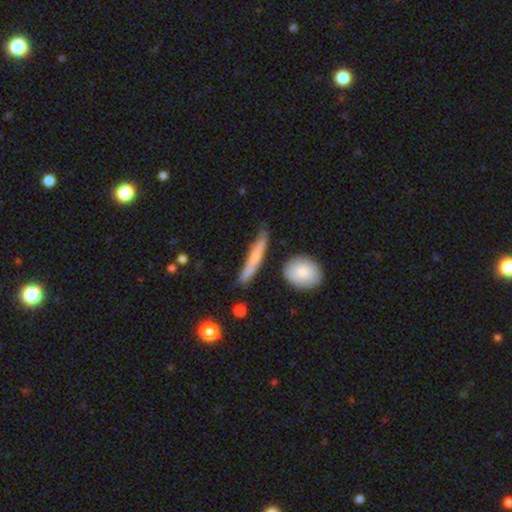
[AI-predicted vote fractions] A smooth galaxy with no disk features (60%) that is cigar-shaped (87%).

Vote fractions:
- Smooth or featured? smooth: 60% / featured or disk: 35% / star or artifact: 6%
- How rounded? cigar-shaped: 87% / in between: 10% / round: 3%
- Merging? none: 63% / minor disturbance: 24% / merger: 6% / major disturbance: 6%